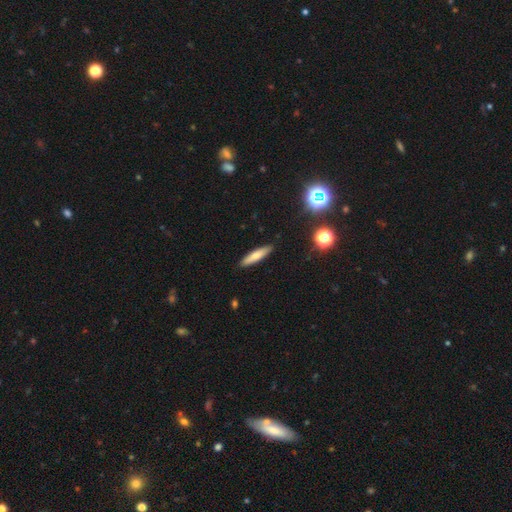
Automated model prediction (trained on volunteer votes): This appears to be a smooth galaxy with no disk features (69%) that is cigar-shaped (82%). Merging: none (89%).